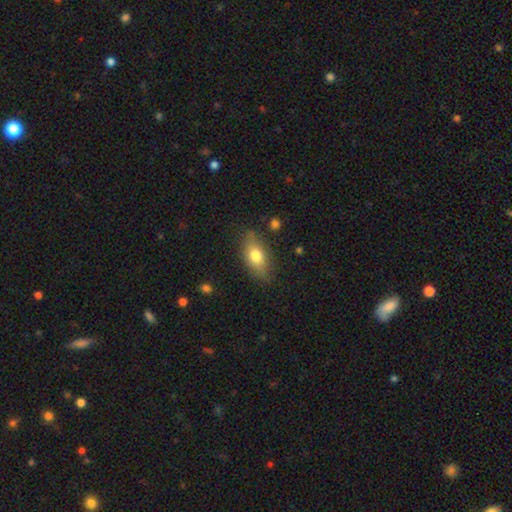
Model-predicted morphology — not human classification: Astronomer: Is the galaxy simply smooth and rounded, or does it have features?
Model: smooth — 74%.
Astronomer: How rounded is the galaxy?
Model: in between — 84%.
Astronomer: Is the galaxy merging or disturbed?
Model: none — 78%.